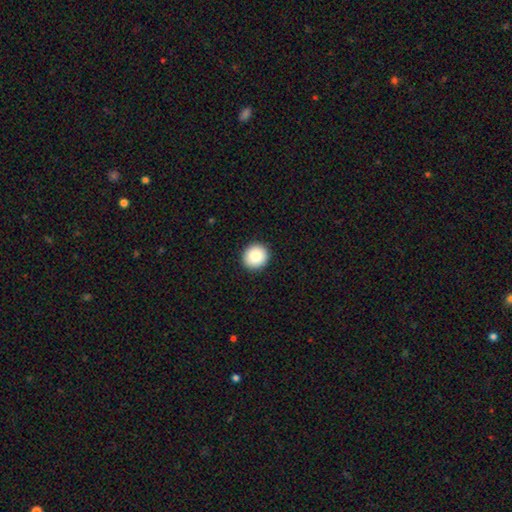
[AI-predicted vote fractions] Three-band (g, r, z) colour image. It shows a smooth galaxy with no disk features (85%) that is round (92%). Merging: none (92%).